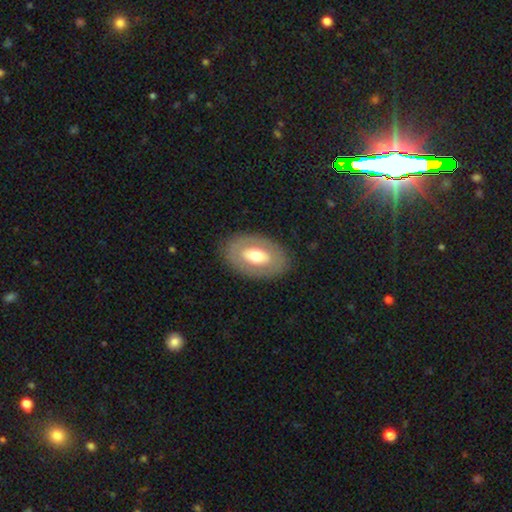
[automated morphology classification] featured or disk 47% (tied), smooth 47% (tied), star or artifact 6%. Down the decision tree: merging — none (84%).